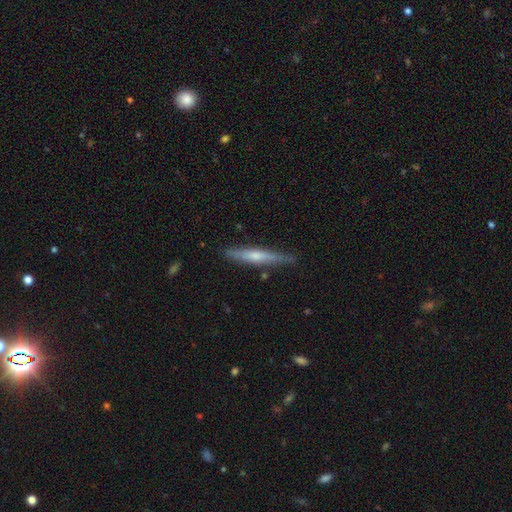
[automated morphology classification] This is possibly a featured or disk galaxy (53%). It is clearly viewed edge-on (95%). Edge-on bulge: likely rounded (61%). Merging: clearly none (84%).